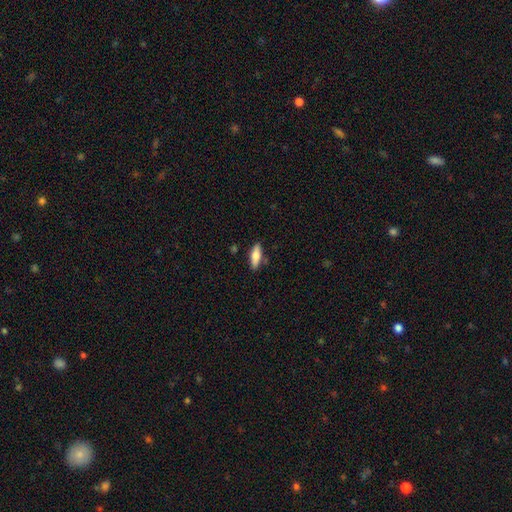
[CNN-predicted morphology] smooth_or_featured: smooth (p=0.68) [alt: featured or disk p=0.26]
how_rounded: in between (p=0.60) [alt: cigar-shaped p=0.38]
merging: none (p=0.84) [alt: minor disturbance p=0.11]